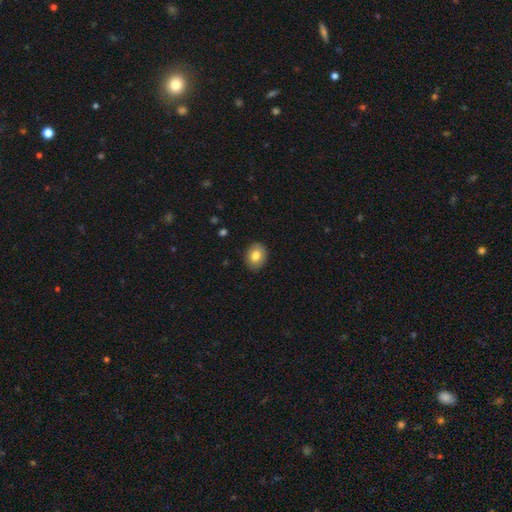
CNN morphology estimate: This is clearly a smooth galaxy (81%). How rounded: possibly in between (52%). Merging: clearly none (89%).